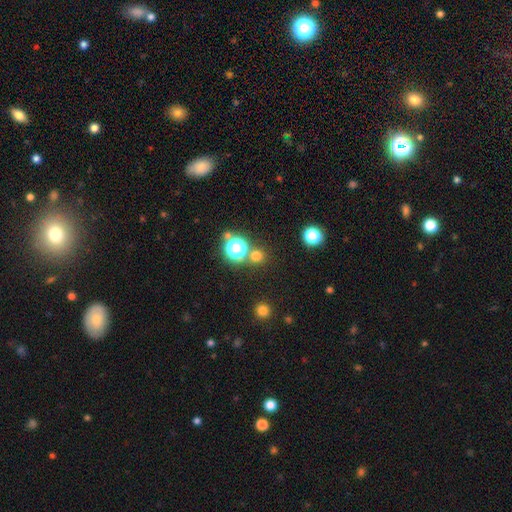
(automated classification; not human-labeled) This appears to be a smooth galaxy with no disk features (66%) that is round (91%). Merging: none (75%).